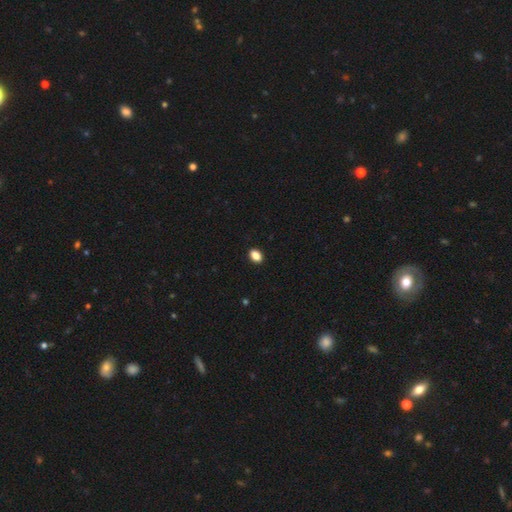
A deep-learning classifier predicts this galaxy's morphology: Smooth or featured? smooth (87%)
How rounded? in between (80%)
Merging? none (91%)